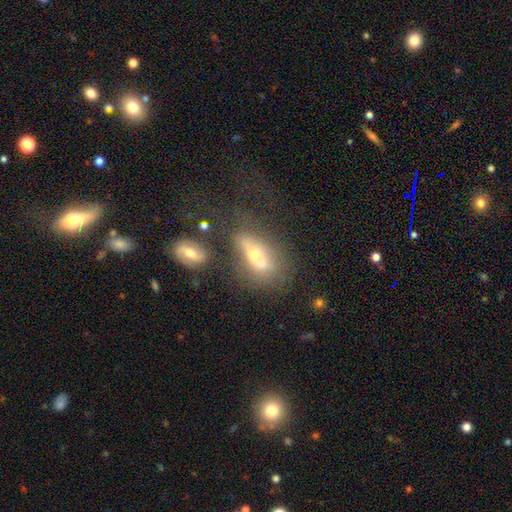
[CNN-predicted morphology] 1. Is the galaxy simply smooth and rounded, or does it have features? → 45% smooth, 43% featured or disk, 12% star or artifact.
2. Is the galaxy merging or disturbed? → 38% none, 22% merger, 20% major disturbance, 19% minor disturbance.